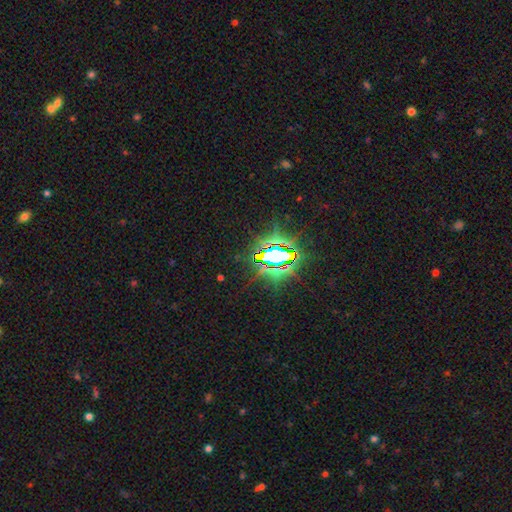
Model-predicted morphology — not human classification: Overall: star or artifact (80%).